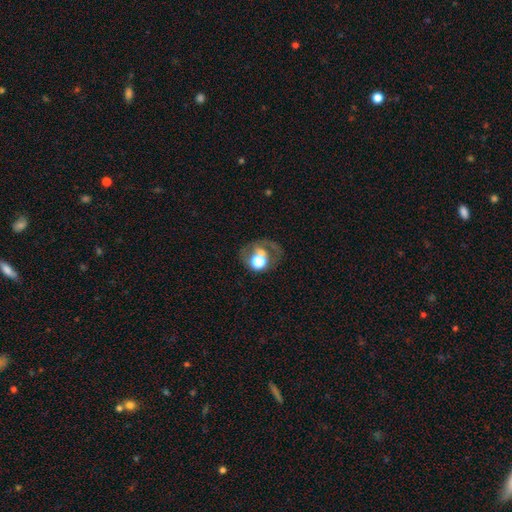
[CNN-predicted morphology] Q: Smooth or featured?
A: smooth (46%); runner-up: featured or disk (35%)
Q: Merging?
A: none (39%); runner-up: merger (25%)